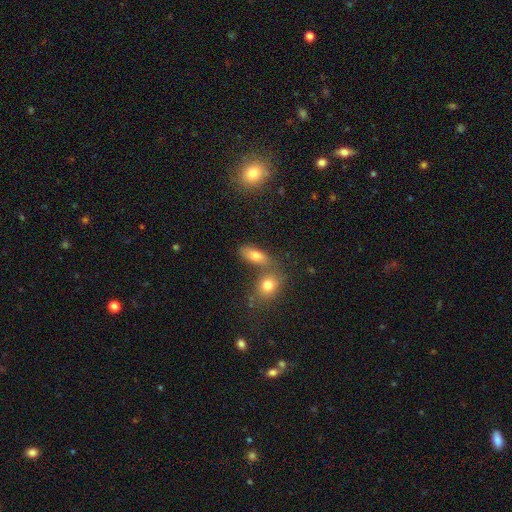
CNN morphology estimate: This is likely a smooth galaxy (73%). How rounded: likely in between (78%). Merging: possibly none (57%).